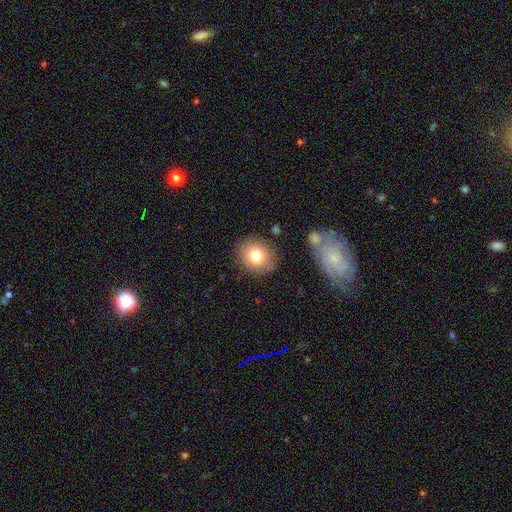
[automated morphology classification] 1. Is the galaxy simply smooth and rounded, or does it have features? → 78% smooth, 12% featured or disk, 10% star or artifact.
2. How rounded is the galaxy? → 79% round, 20% in between, 1% cigar-shaped.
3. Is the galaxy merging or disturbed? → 85% none, 9% minor disturbance, 3% major disturbance, 3% merger.